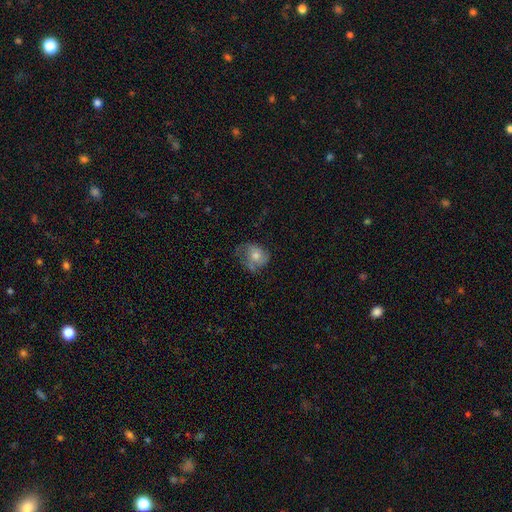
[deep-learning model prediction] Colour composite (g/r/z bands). It shows a smooth galaxy with no disk features (50%) that is round (52%). Merging: none (42%).